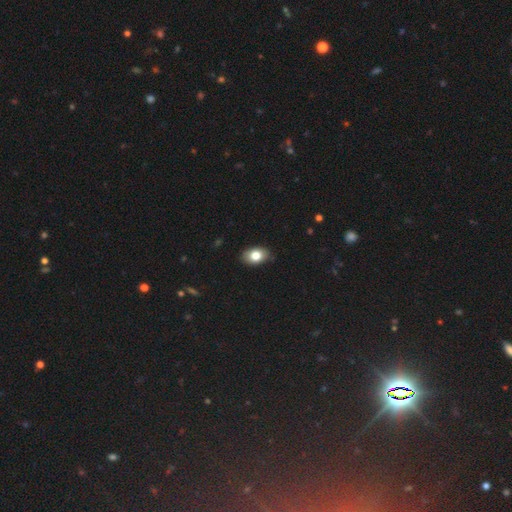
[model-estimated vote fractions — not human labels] Overall: smooth (79%). How rounded: in between (86%). Merging: none (84%).